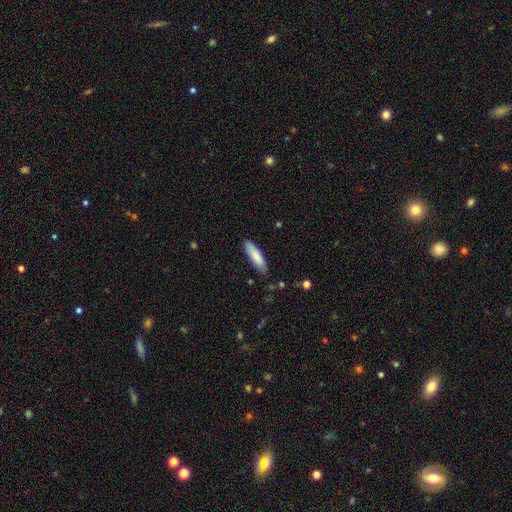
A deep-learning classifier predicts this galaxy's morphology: This is clearly a smooth galaxy (84%). How rounded: likely cigar-shaped (63%). Merging: clearly none (85%).